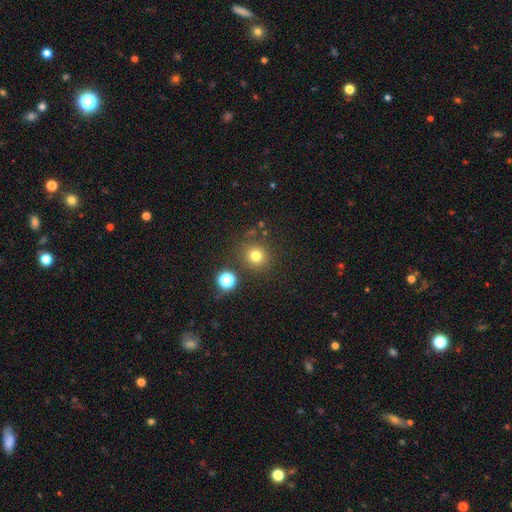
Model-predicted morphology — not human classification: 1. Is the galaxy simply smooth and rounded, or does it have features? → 76% smooth, 17% star or artifact, 7% featured or disk.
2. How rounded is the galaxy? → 91% round, 8% in between, 1% cigar-shaped.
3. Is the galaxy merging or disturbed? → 82% none, 9% minor disturbance, 6% merger, 4% major disturbance.